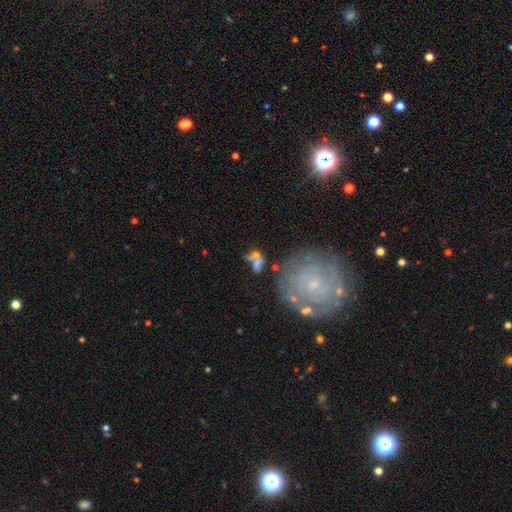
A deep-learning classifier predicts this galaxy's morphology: A smooth galaxy with no disk features (50%).

Vote fractions:
- Smooth or featured? smooth: 50% / featured or disk: 36% / star or artifact: 14%
- Merging? none: 36% / merger: 35% / minor disturbance: 15% / major disturbance: 14%